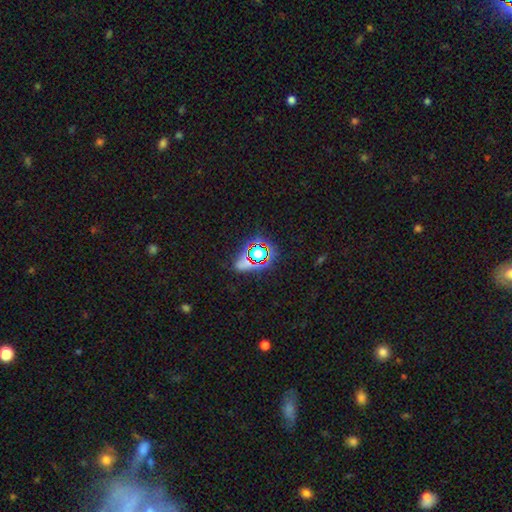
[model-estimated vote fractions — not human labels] Morphology: type=star or artifact (62%).